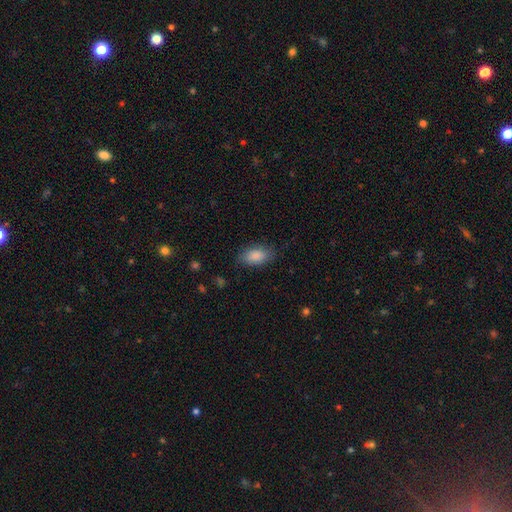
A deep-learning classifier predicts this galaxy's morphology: This appears to be a smooth galaxy with no disk features (88%) that is in between round and cigar-shaped (92%). Merging: none (82%).